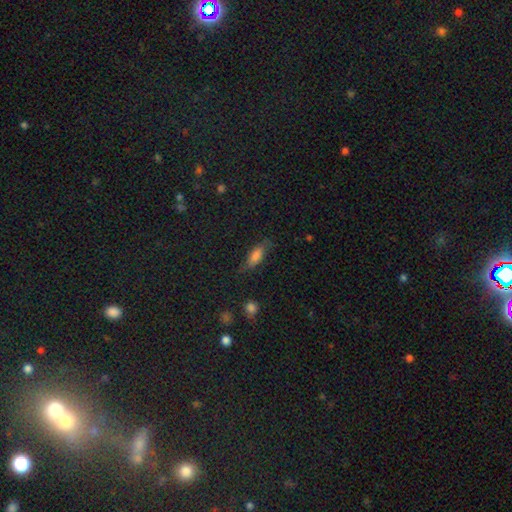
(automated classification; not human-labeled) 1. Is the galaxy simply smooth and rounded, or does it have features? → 72% smooth, 17% featured or disk, 10% star or artifact.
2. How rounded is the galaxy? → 69% in between, 28% cigar-shaped, 3% round.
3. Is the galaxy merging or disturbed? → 63% none, 26% minor disturbance, 9% major disturbance, 2% merger.